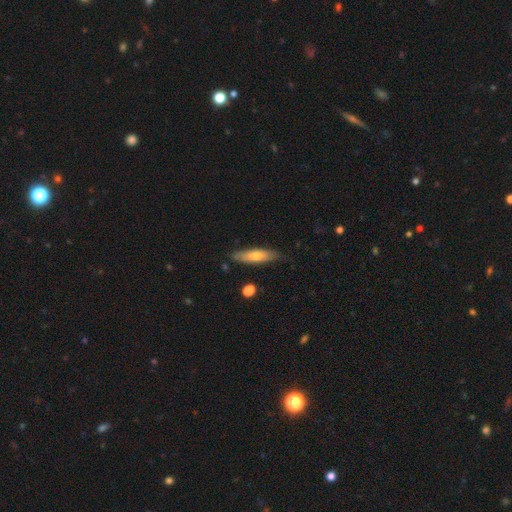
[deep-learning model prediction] smooth-or-featured: smooth: 68% | featured or disk: 26% | star or artifact: 6%
  how-rounded: cigar-shaped: 70% | in between: 28% | round: 2%
  merging: none: 78% | minor disturbance: 17% | major disturbance: 3% | merger: 2%